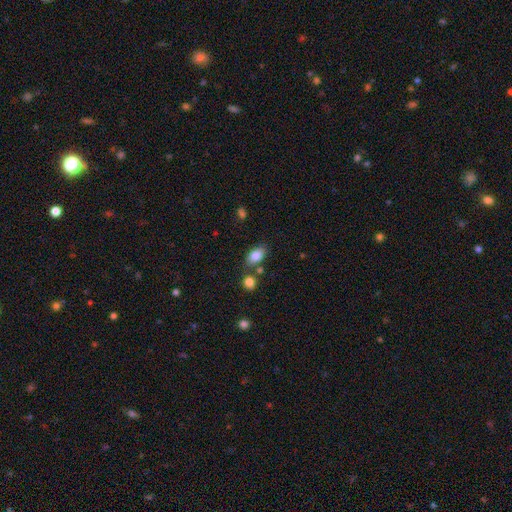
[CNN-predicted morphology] smooth_or_featured: smooth (p=0.84) [alt: star or artifact p=0.08]
how_rounded: in between (p=0.89) [alt: round p=0.09]
merging: none (p=0.68) [alt: merger p=0.14]